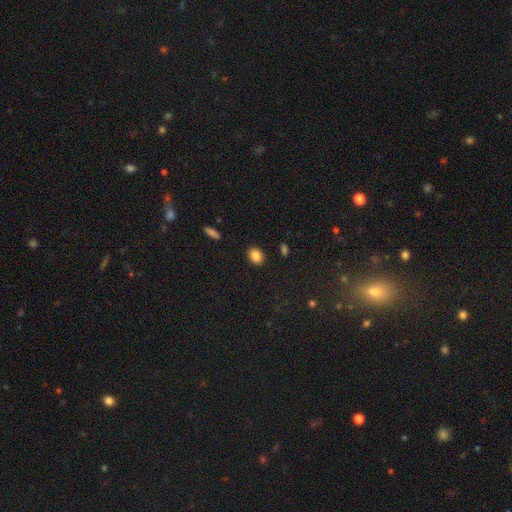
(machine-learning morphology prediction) The model was most divided on "how rounded": in between: 55%, round: 43%, cigar-shaped: 1%. More confident: merging — none (89%); smooth or featured — smooth (85%).